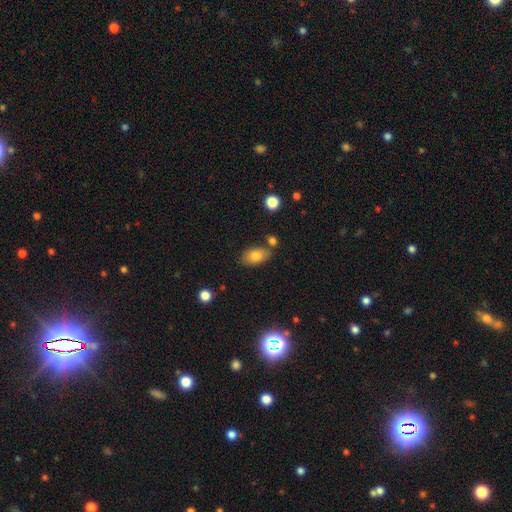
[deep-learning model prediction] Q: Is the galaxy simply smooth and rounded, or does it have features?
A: smooth — 78%.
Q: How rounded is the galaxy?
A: in between — 90%.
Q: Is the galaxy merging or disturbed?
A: none — 71%.